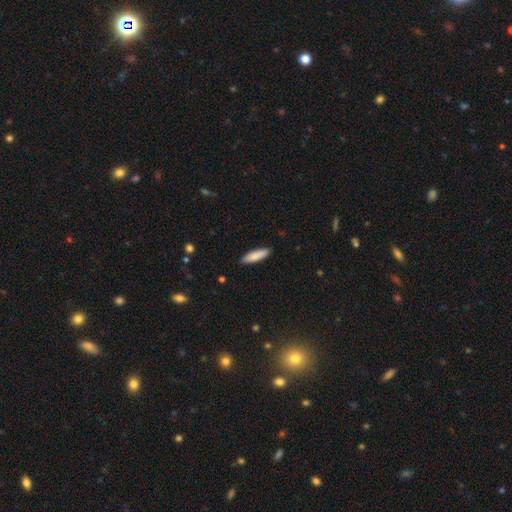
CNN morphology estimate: smooth-or-featured: smooth: 84% | featured or disk: 11% | star or artifact: 5%
  how-rounded: cigar-shaped: 72% | in between: 27% | round: 1%
  merging: none: 90% | minor disturbance: 8% | major disturbance: 1% | merger: 1%